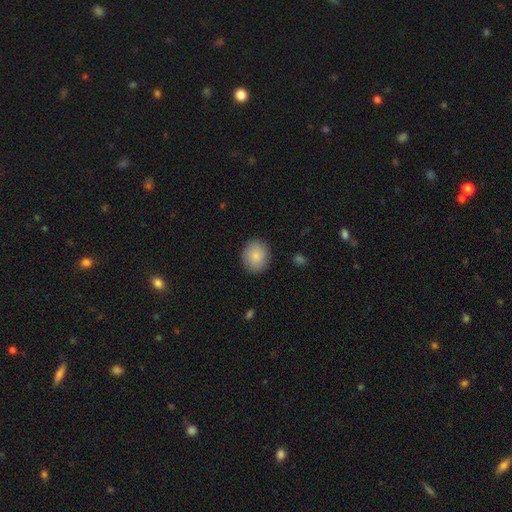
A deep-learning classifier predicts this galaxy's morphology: Q: Smooth or featured?
A: smooth (86%); runner-up: star or artifact (7%)
Q: How rounded?
A: round (66%); runner-up: in between (33%)
Q: Merging?
A: none (89%); runner-up: minor disturbance (8%)